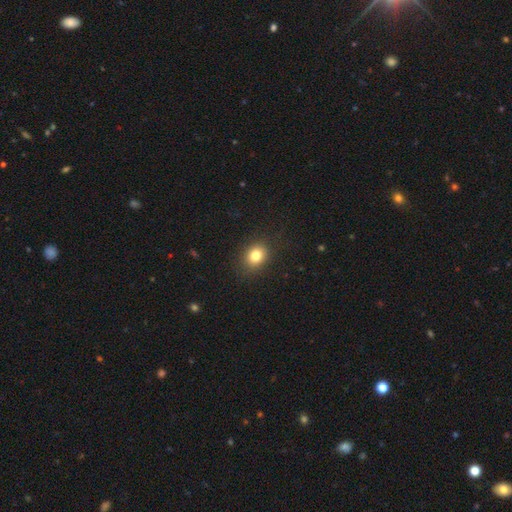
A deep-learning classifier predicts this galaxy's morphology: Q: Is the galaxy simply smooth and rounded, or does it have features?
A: smooth — 81%.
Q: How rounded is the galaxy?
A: round — 52%.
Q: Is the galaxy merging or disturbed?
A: none — 87%.